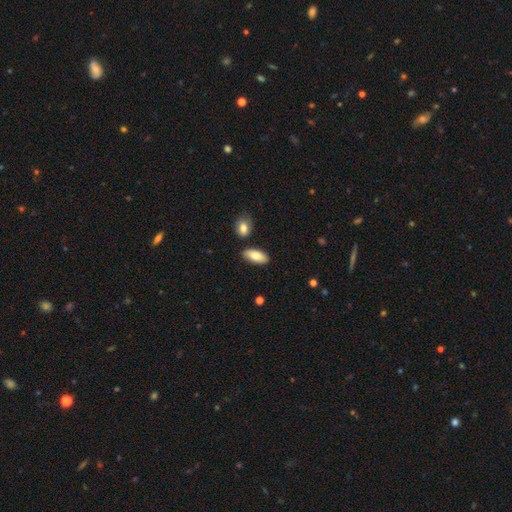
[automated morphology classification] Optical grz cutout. It shows a smooth galaxy with no disk features (80%) that is in between round and cigar-shaped (87%). Merging: none (83%).